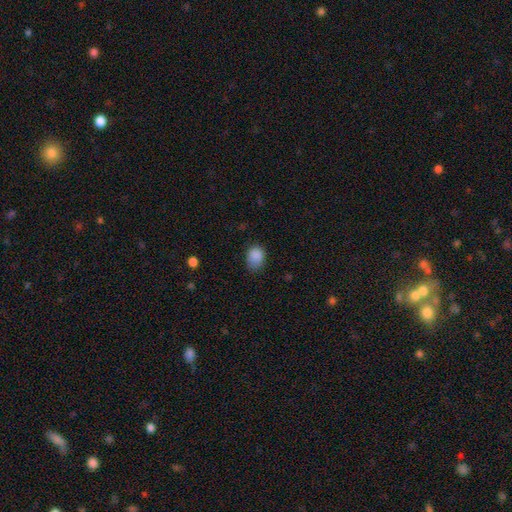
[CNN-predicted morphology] A smooth galaxy with no disk features (87%) that is in between round and cigar-shaped (64%). Merging: none (64%).